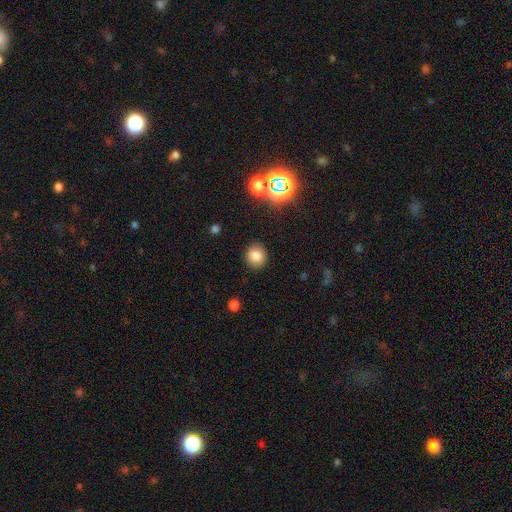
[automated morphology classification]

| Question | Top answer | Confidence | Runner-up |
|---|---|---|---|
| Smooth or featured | smooth | 81% | star or artifact (13%) |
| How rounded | round | 83% | in between (16%) |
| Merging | none | 89% | minor disturbance (7%) |